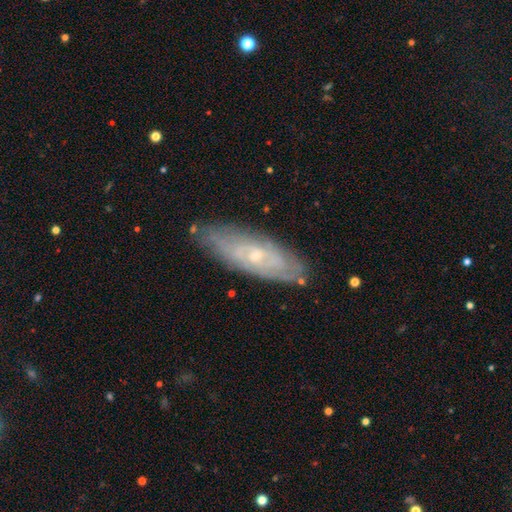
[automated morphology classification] type=featured or disk (69%); edge-on=no (78%); bar=no (70%); spiral arms=yes (76%); bulge=small (65%); merging=none (78%).